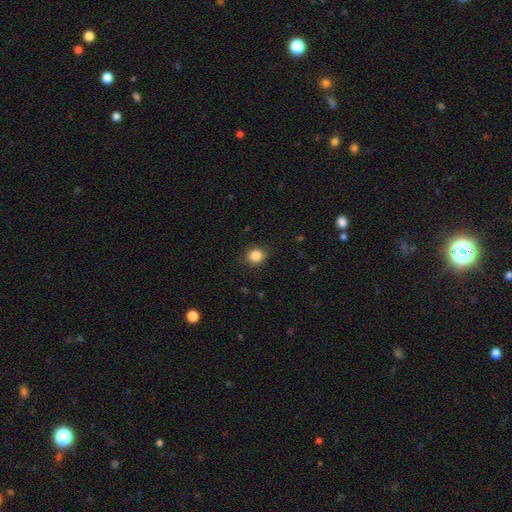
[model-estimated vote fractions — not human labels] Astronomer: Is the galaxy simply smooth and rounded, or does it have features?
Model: smooth — 85%.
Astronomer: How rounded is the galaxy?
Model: round — 83%.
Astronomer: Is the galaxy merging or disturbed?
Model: none — 89%.